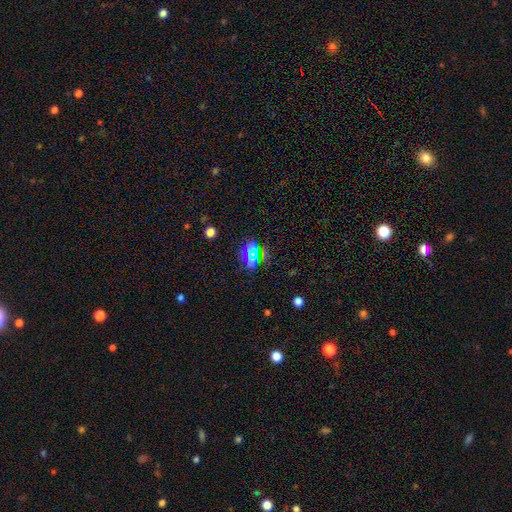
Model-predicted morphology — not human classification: The model was most divided on "smooth or featured": star or artifact: 55%, smooth: 32%, featured or disk: 13%.